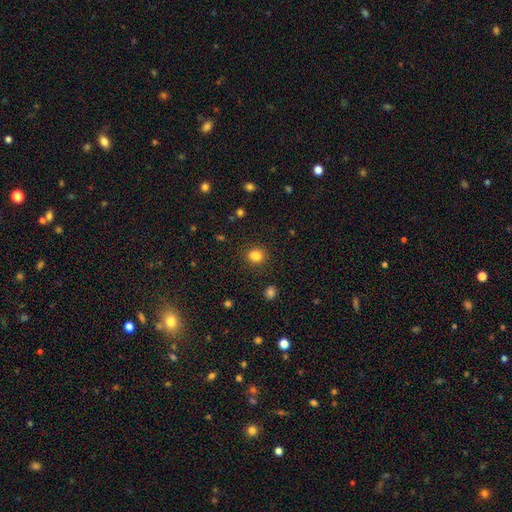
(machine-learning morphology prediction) Smooth or featured?
  - smooth: 83% *
  - star or artifact: 13%
  - featured or disk: 5%
How rounded?
  - round: 66% *
  - in between: 33%
  - cigar-shaped: 1%
Merging?
  - none: 81% *
  - minor disturbance: 10%
  - merger: 5%
  - major disturbance: 3%